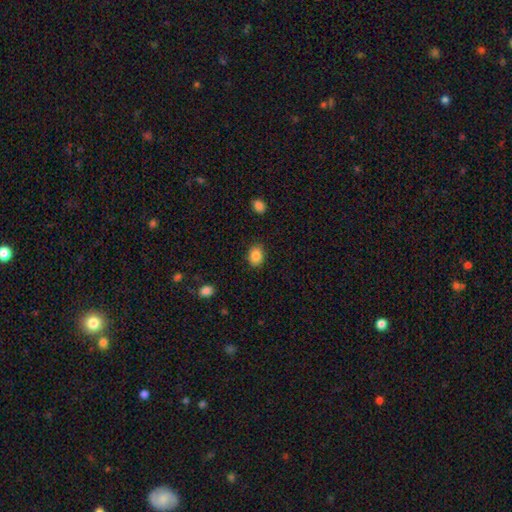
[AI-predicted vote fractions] Smooth or featured?
  - smooth: 87% *
  - star or artifact: 8%
  - featured or disk: 5%
How rounded?
  - in between: 60% *
  - round: 39%
  - cigar-shaped: 1%
Merging?
  - none: 86% *
  - minor disturbance: 10%
  - major disturbance: 3%
  - merger: 1%